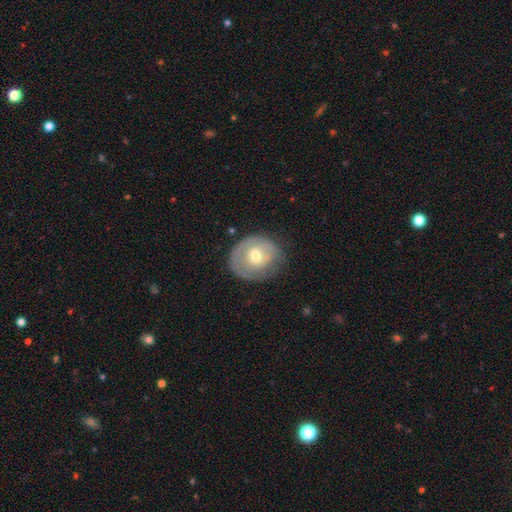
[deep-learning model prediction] A featured or disk galaxy (58%) with no bar (69%), spiral arms (62%) and a moderate central bulge (66%). Merging: none (68%).